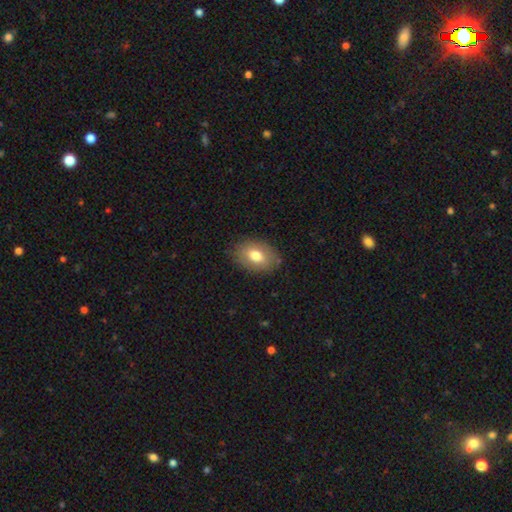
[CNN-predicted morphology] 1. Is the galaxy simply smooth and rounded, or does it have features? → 74% smooth, 18% featured or disk, 8% star or artifact.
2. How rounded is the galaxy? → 82% in between, 17% round, 1% cigar-shaped.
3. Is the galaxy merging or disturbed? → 83% none, 12% minor disturbance, 3% major disturbance, 1% merger.